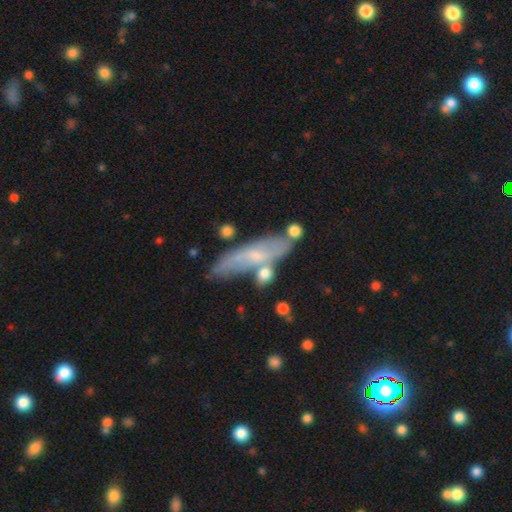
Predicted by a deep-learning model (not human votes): A featured or disk galaxy (50%). Merging: none (62%).